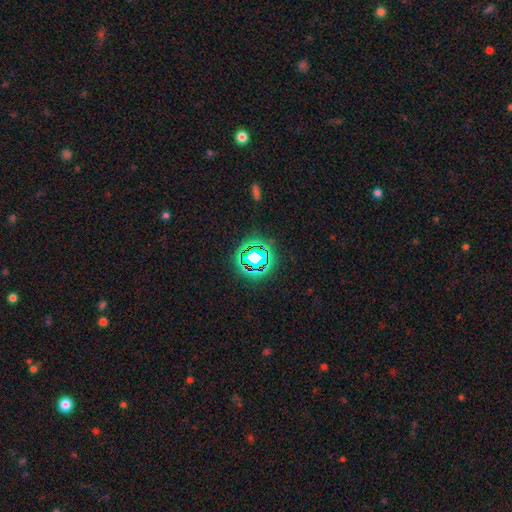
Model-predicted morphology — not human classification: smooth-or-featured: star or artifact: 66% | smooth: 21% | featured or disk: 13%